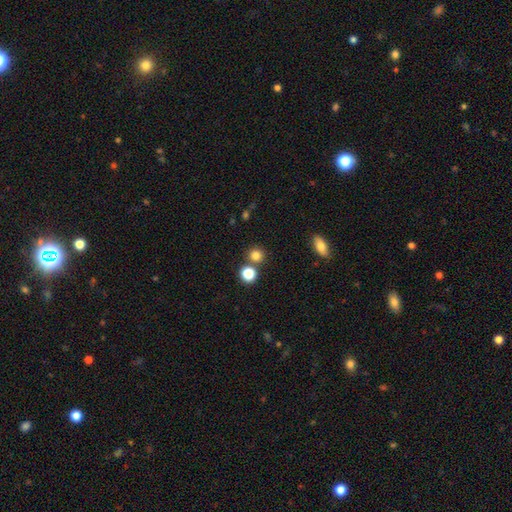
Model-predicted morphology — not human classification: type=smooth (80%); roundness=round (90%); merging=none (76%).